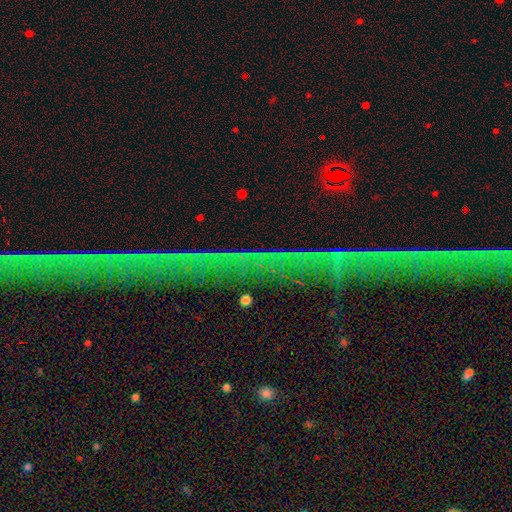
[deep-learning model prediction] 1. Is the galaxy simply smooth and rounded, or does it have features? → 73% star or artifact, 16% smooth, 11% featured or disk.